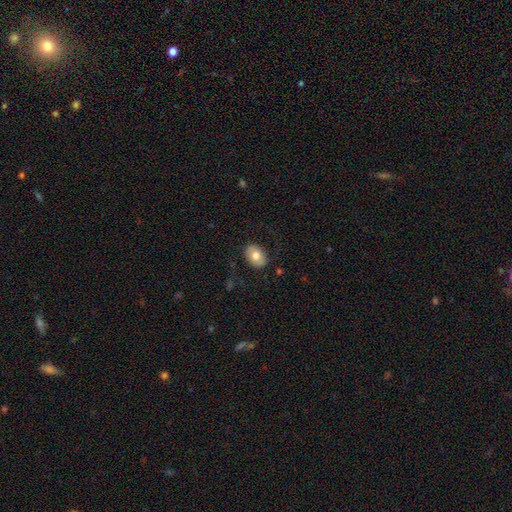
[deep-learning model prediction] A smooth galaxy with no disk features (75%) that is in between round and cigar-shaped (77%). Merging: none (83%).